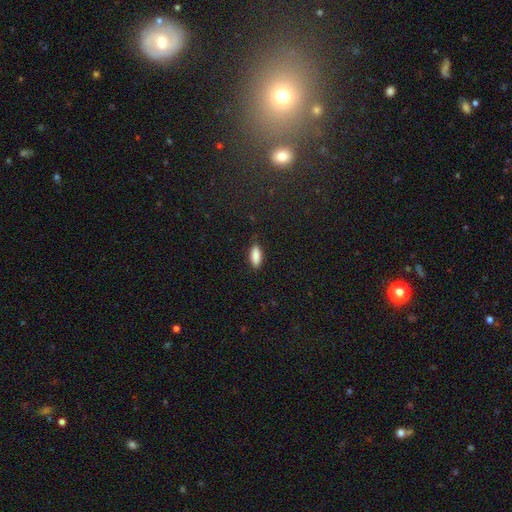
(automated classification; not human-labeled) Overall: smooth (88%). How rounded: in between (79%). Merging: none (87%).